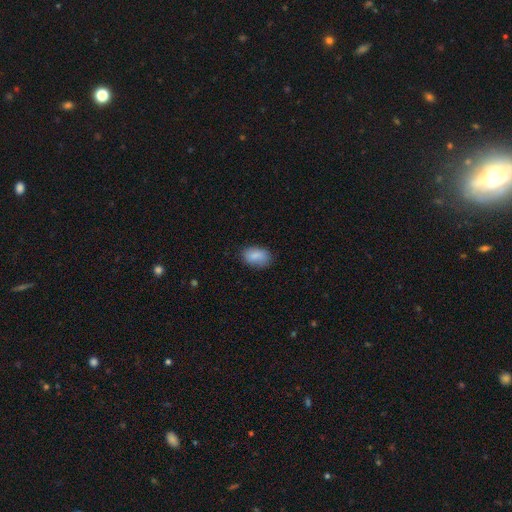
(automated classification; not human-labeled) smooth_or_featured: smooth (p=0.86) [alt: star or artifact p=0.07]
how_rounded: in between (p=0.90) [alt: round p=0.09]
merging: none (p=0.78) [alt: minor disturbance p=0.17]